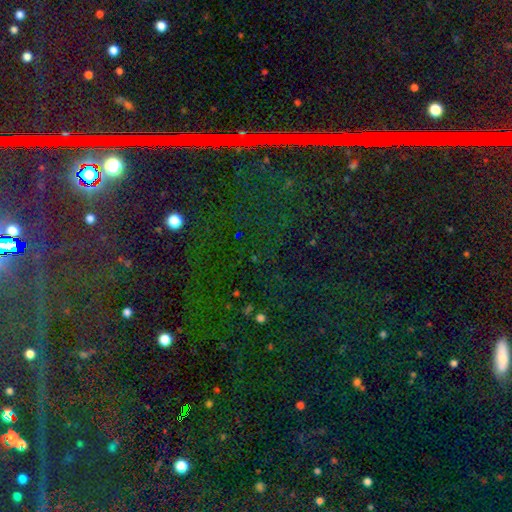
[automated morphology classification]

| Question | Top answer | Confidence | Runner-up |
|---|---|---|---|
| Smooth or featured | star or artifact | 84% | smooth (8%) |